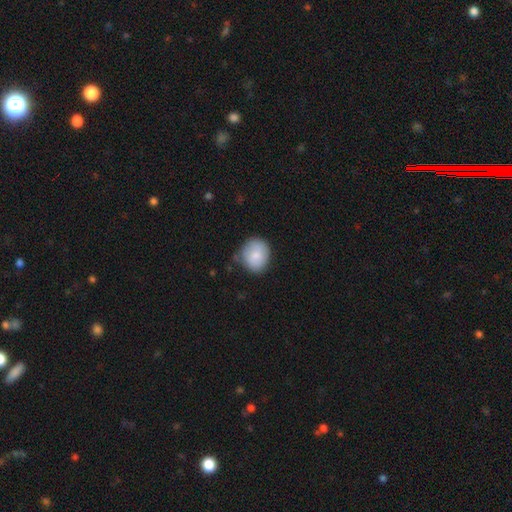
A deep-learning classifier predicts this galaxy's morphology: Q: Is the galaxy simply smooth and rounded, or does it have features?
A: smooth — 82%.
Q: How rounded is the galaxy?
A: round — 76%.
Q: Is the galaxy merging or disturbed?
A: none — 70%.